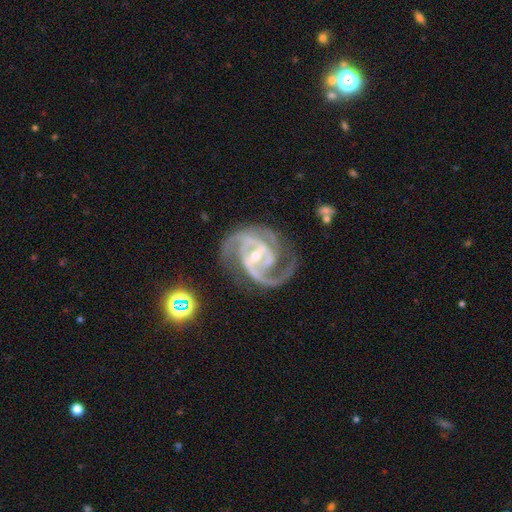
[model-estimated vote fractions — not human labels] Smooth or featured? Predicted: featured or disk (p=0.93). Edge-on disk? Predicted: no (p=0.98). Bar? Predicted: strong (p=0.45). Spiral arms? Predicted: yes (p=0.98). Spiral winding? Predicted: medium (p=0.59). Spiral arm count? Predicted: 2 (p=0.69). Bulge size? Predicted: small (p=0.59). Merging? Predicted: none (p=0.66).